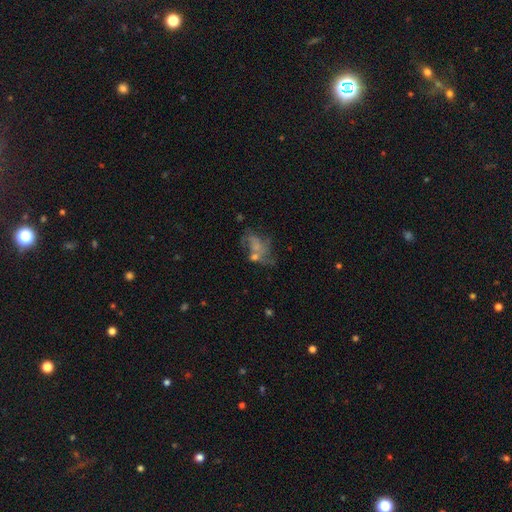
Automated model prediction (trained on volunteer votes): Overall: featured or disk (56%; smooth 27%). Edge-on disk: no (96%). Bar: no (77%). Spiral arms: yes (57%; no 43%). Bulge size: none (48%; small 29%). Merging: none (37%; major disturbance 30%).